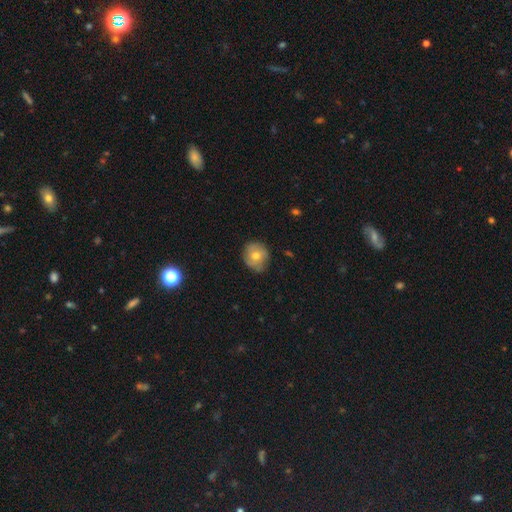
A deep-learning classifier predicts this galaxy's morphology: Smooth or featured: smooth — 60% (featured or disk — 31%)
How rounded: round — 79% (in between — 20%)
Merging: none — 74% (minor disturbance — 21%)